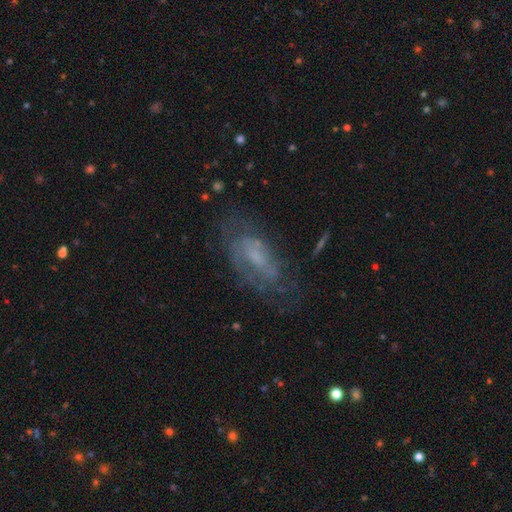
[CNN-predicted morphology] This appears to be a featured or disk galaxy (59%) with no bar (52%), spiral arms (68%) and a small central bulge (38%). Merging: none (60%).